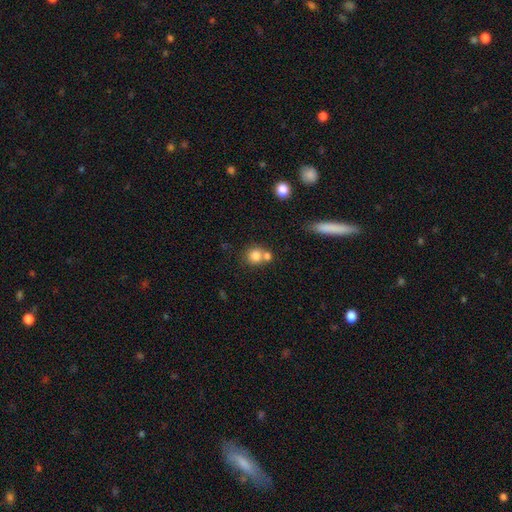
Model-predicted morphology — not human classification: This is likely a smooth galaxy (80%). How rounded: clearly round (84%). Merging: possibly none (49%).